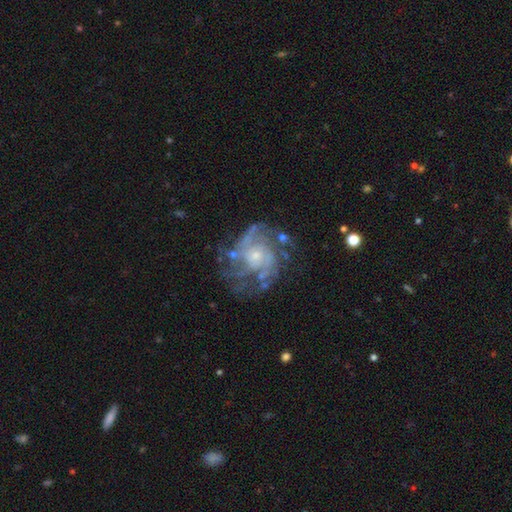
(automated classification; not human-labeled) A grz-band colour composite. It shows a featured or disk galaxy (87%) with no bar (75%), tight (47%) spiral arms (94%) and a small central bulge (59%). Merging: none (64%).